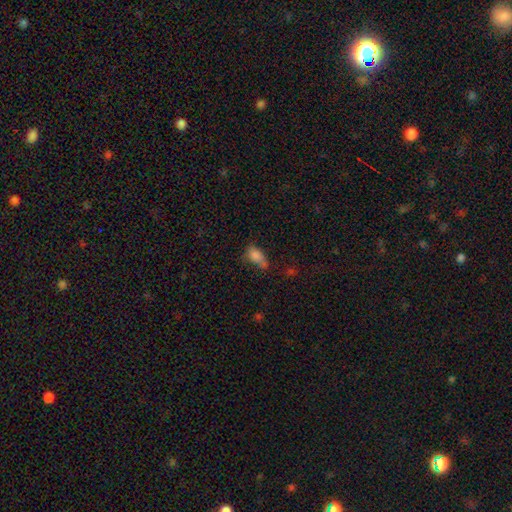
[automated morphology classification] smooth_or_featured: smooth (p=0.79) [alt: star or artifact p=0.11]
how_rounded: in between (p=0.86) [alt: round p=0.09]
merging: none (p=0.36) [alt: minor disturbance p=0.33]